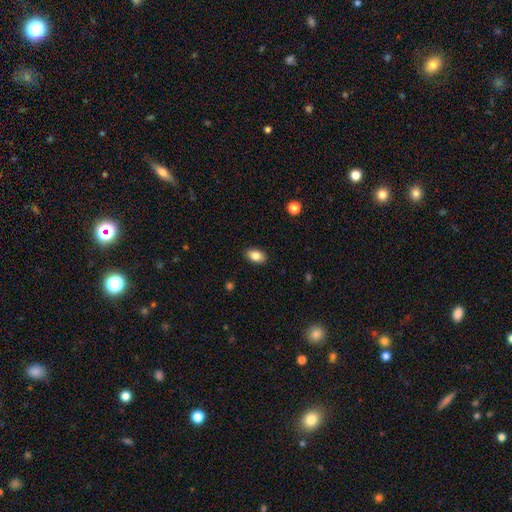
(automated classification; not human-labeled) Q: Smooth or featured?
A: smooth (84%); runner-up: star or artifact (8%)
Q: How rounded?
A: in between (88%); runner-up: round (10%)
Q: Merging?
A: none (89%); runner-up: minor disturbance (8%)